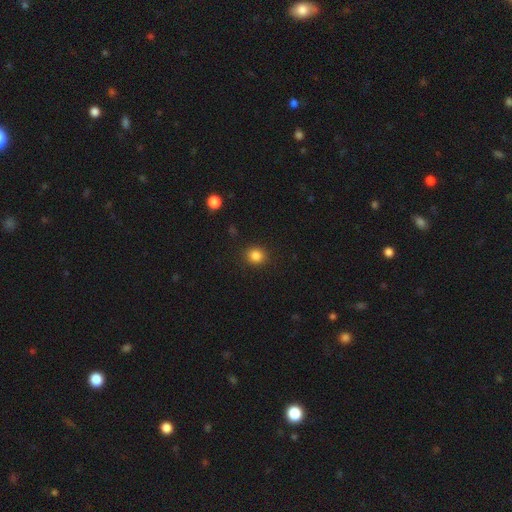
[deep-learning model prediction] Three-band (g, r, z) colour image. It shows a smooth galaxy with no disk features (85%) that is round (81%). Merging: none (89%).